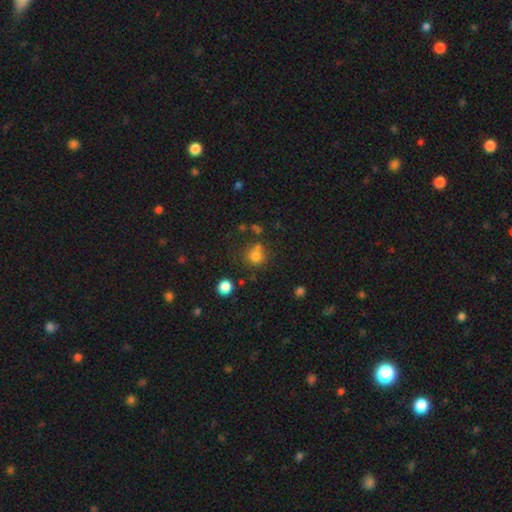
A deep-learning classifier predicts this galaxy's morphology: Smooth or featured: smooth — 75% (star or artifact — 16%)
How rounded: round — 83% (in between — 16%)
Merging: none — 57% (merger — 21%)